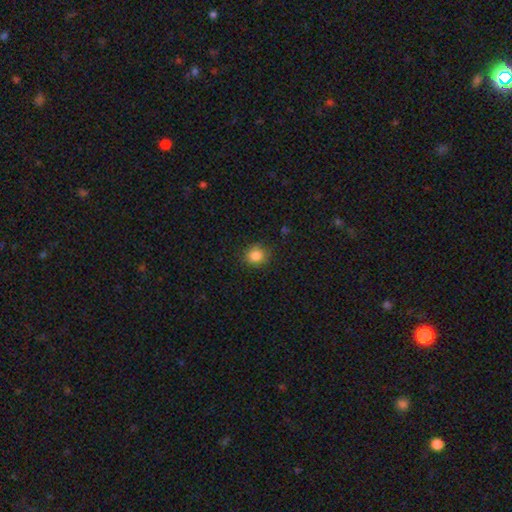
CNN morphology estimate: Smooth or featured? smooth (84%)
How rounded? round (85%)
Merging? none (86%)